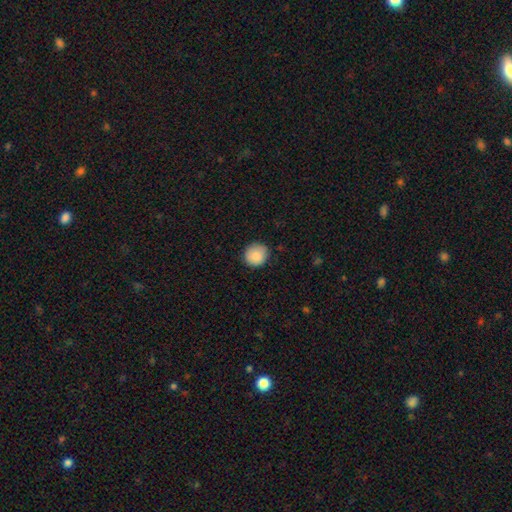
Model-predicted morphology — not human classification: This is clearly a smooth galaxy (88%). How rounded: clearly round (91%). Merging: clearly none (86%).